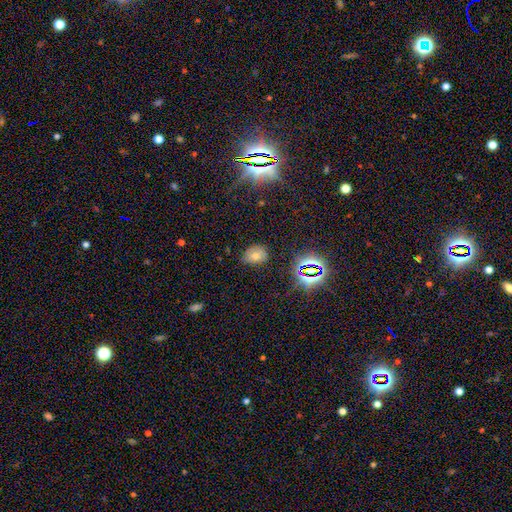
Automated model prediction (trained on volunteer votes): A smooth galaxy with no disk features (49%).

Vote fractions:
- Smooth or featured? smooth: 49% / star or artifact: 38% / featured or disk: 14%
- Merging? none: 81% / minor disturbance: 14% / major disturbance: 4% / merger: 2%